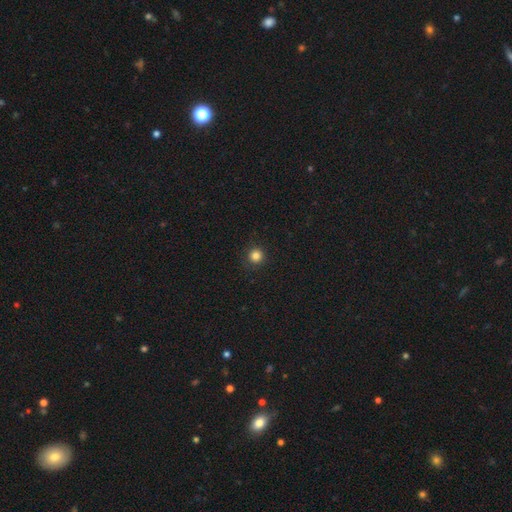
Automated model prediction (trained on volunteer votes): Smooth or featured? smooth (84%)
How rounded? round (95%)
Merging? none (91%)